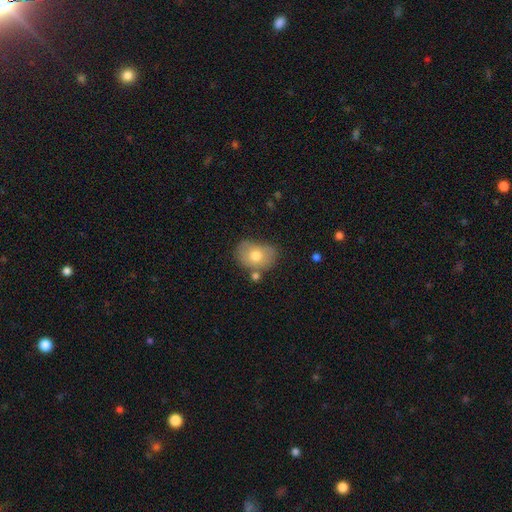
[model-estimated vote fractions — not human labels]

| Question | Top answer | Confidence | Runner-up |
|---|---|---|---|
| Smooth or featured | smooth | 70% | featured or disk (22%) |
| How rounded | in between | 67% | round (32%) |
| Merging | none | 59% | minor disturbance (24%) |